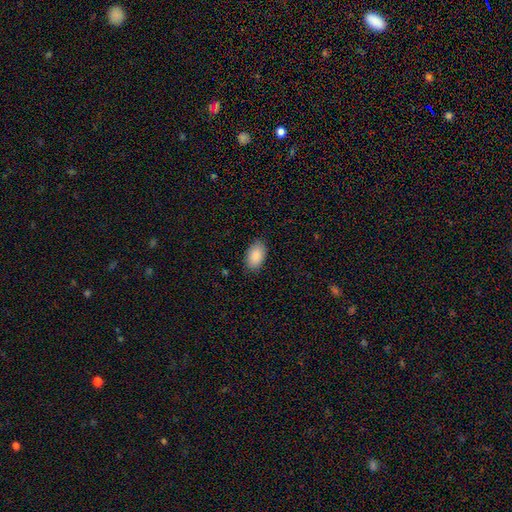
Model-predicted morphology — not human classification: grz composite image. It shows a smooth galaxy with no disk features (88%) that is in between round and cigar-shaped (93%). Merging: none (86%).